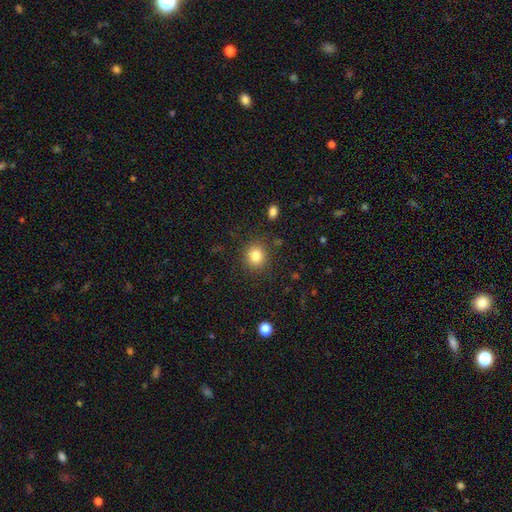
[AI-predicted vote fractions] Smooth or featured: smooth — 83% (star or artifact — 11%)
How rounded: round — 84% (in between — 15%)
Merging: none — 86% (minor disturbance — 9%)